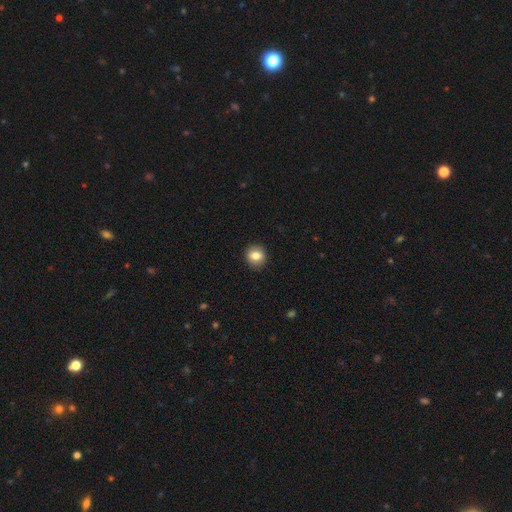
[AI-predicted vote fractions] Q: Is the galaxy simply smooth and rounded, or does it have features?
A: smooth — 82%.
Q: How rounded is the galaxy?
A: round — 79%.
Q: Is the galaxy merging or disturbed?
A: none — 90%.